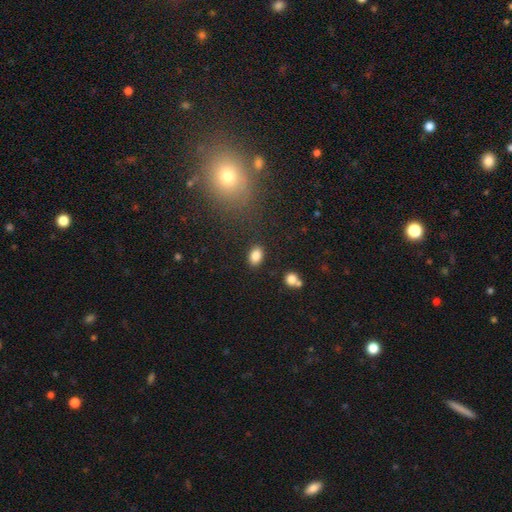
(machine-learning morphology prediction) A smooth galaxy with no disk features (86%) that is in between round and cigar-shaped (82%). Merging: none (86%).